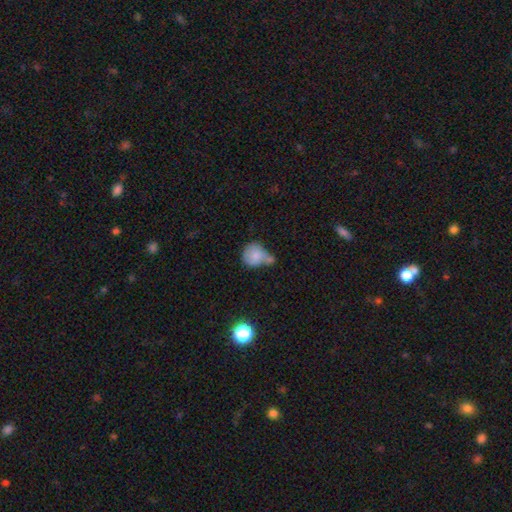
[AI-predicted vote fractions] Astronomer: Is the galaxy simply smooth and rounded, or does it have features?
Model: smooth — 75%.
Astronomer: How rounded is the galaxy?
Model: round — 73%.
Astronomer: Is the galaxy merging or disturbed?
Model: merger — 38% (runner-up: none, 27%).